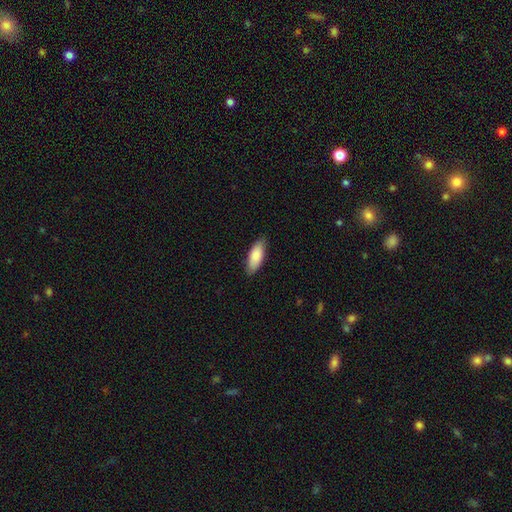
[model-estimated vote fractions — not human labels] Smooth or featured: smooth — 85% (featured or disk — 10%)
How rounded: in between — 75% (cigar-shaped — 23%)
Merging: none — 85% (minor disturbance — 12%)